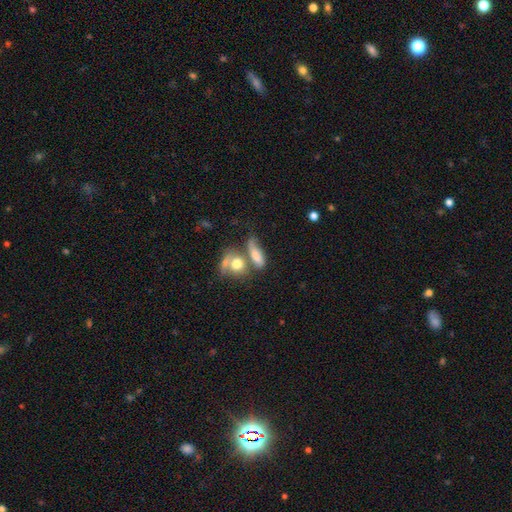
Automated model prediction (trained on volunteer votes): Smooth or featured? Predicted: smooth (p=0.63). How rounded? Predicted: in between (p=0.61). Merging? Predicted: merger (p=0.44).